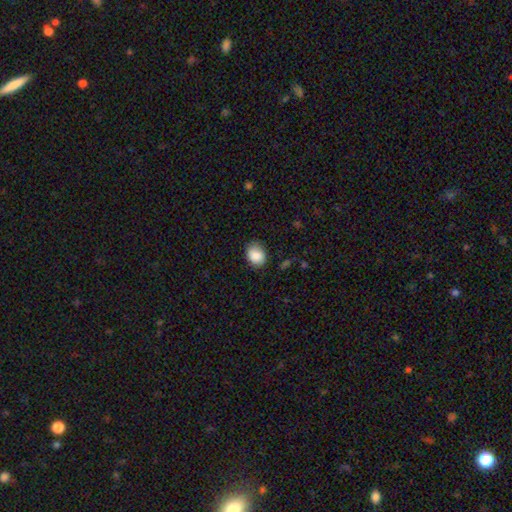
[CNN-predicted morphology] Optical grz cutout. It shows a smooth galaxy with no disk features (88%) that is in between round and cigar-shaped (51%). Merging: none (78%).